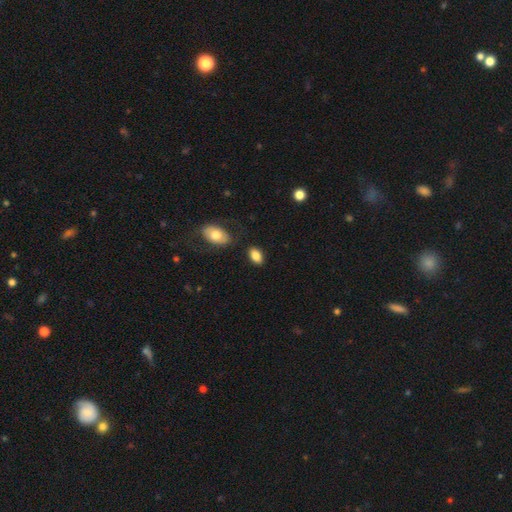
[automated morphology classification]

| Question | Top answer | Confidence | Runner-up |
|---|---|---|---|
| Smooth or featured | smooth | 84% | featured or disk (8%) |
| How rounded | in between | 91% | round (7%) |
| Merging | none | 81% | minor disturbance (11%) |